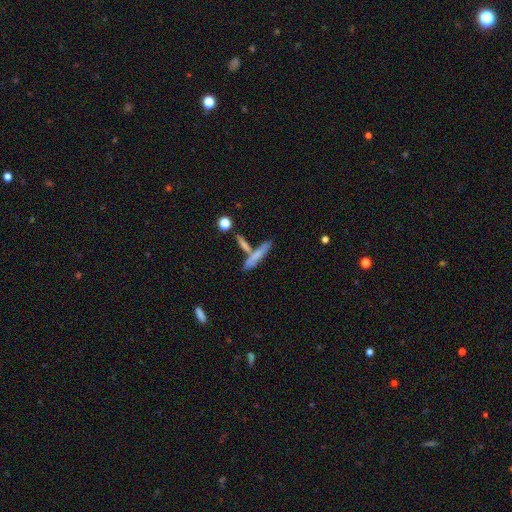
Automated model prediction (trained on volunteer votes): Smooth or featured? smooth (65%)
How rounded? cigar-shaped (86%)
Merging? none (58%)